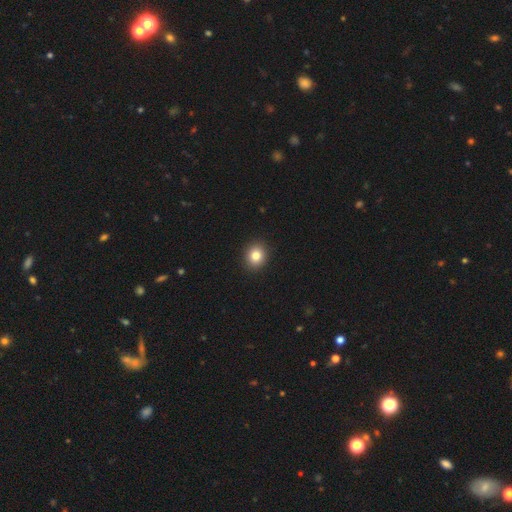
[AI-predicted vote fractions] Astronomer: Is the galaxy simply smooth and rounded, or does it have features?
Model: smooth — 82%.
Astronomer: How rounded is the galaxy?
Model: round — 74%.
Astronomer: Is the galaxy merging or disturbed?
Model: none — 92%.